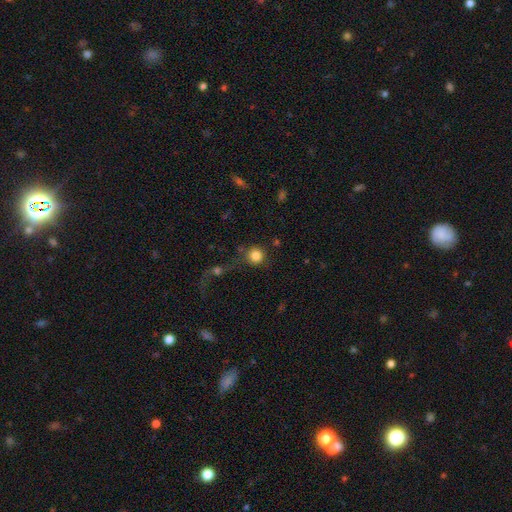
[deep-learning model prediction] Smooth or featured? Predicted: smooth (p=0.84). How rounded? Predicted: round (p=0.94). Merging? Predicted: none (p=0.66).